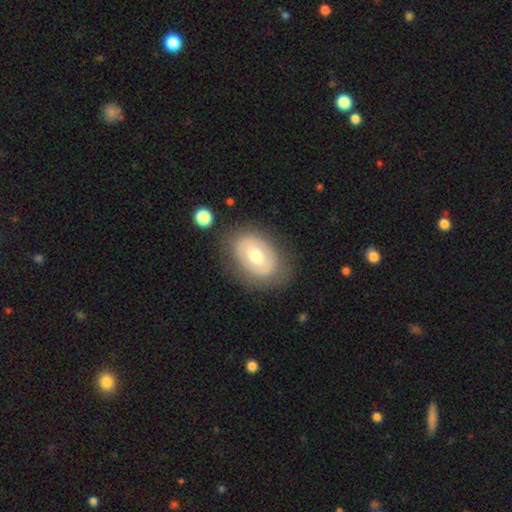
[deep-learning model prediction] smooth_or_featured: smooth (p=0.47) [alt: featured or disk p=0.46]
merging: none (p=0.77) [alt: minor disturbance p=0.15]